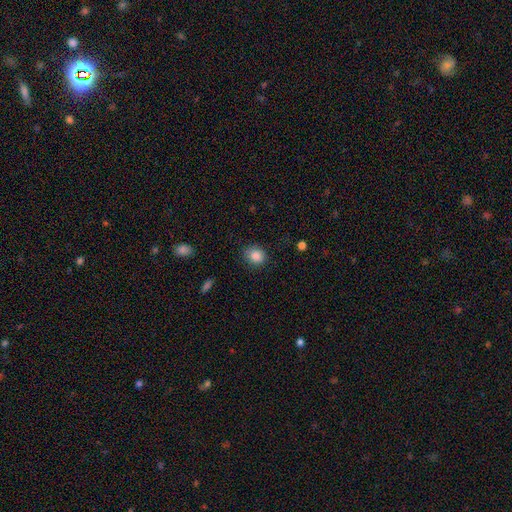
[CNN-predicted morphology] type=smooth (87%); roundness=round (71%); merging=none (81%).